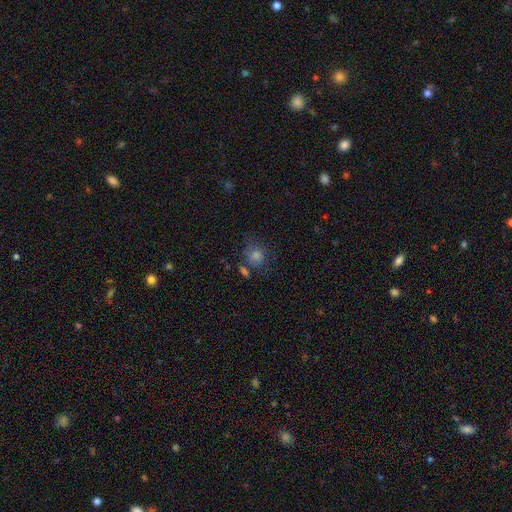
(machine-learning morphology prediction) Q: Smooth or featured?
A: smooth (63%); runner-up: star or artifact (23%)
Q: How rounded?
A: round (80%); runner-up: in between (19%)
Q: Merging?
A: none (64%); runner-up: minor disturbance (17%)